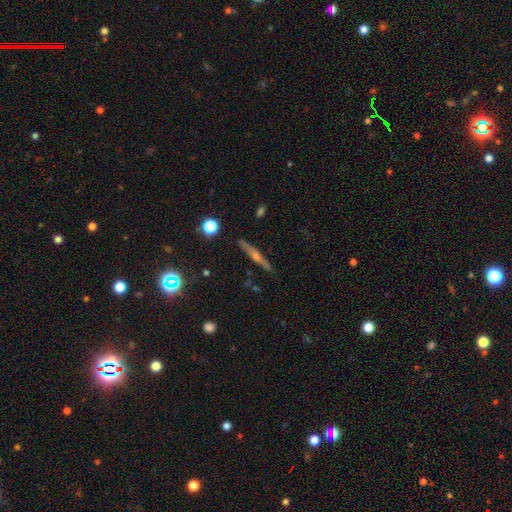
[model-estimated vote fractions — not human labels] A featured or disk galaxy (65%) viewed edge-on (96%) with a rounded central bulge (82%). Merging: none (89%).